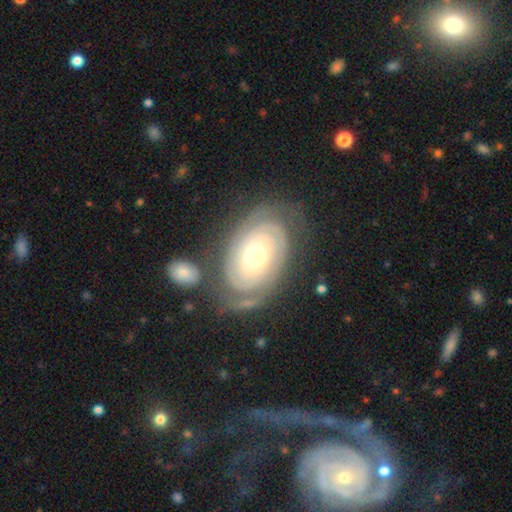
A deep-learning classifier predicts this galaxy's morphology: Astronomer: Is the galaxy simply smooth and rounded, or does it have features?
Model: featured or disk — 83%.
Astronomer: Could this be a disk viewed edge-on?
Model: no — 96%.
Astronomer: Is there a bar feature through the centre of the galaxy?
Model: no — 79%.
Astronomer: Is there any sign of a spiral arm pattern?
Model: yes — 92%.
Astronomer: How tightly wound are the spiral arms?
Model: tight — 77%.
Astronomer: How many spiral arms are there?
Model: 2 — 56%.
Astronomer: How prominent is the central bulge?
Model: moderate — 67%.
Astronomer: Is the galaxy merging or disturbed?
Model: none — 66%.